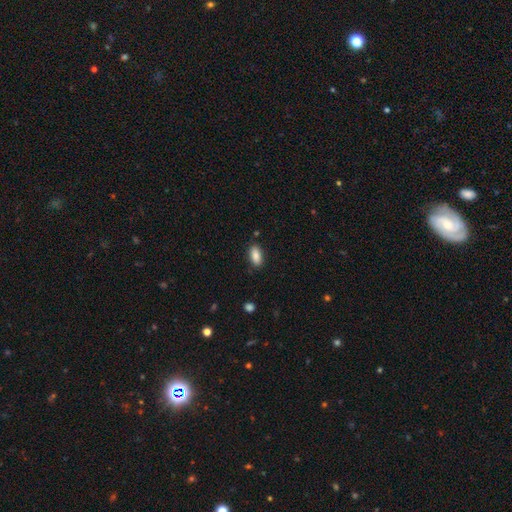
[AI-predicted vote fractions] Smooth or featured: smooth — 87% (star or artifact — 7%)
How rounded: in between — 88% (cigar-shaped — 9%)
Merging: none — 85% (minor disturbance — 11%)